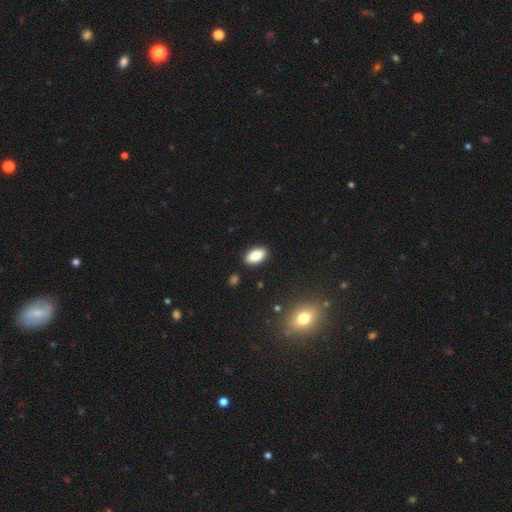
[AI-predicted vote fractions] Smooth or featured? Predicted: smooth (p=0.85). How rounded? Predicted: in between (p=0.93). Merging? Predicted: none (p=0.89).